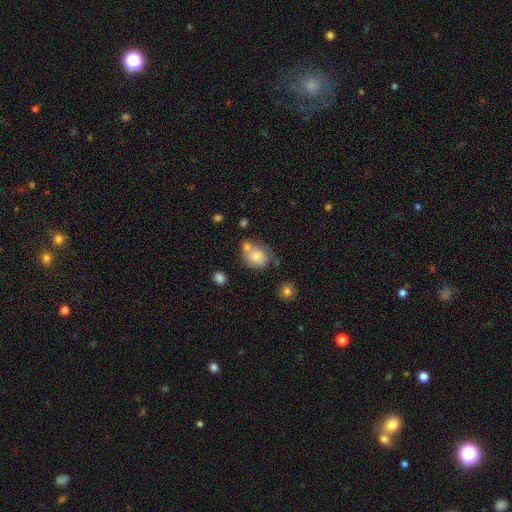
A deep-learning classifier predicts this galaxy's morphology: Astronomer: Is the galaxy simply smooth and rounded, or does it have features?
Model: smooth — 73%.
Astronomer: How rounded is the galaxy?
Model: round — 52% (runner-up: in between, 47%).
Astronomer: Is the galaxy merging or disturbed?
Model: none — 40% (runner-up: merger, 33%).